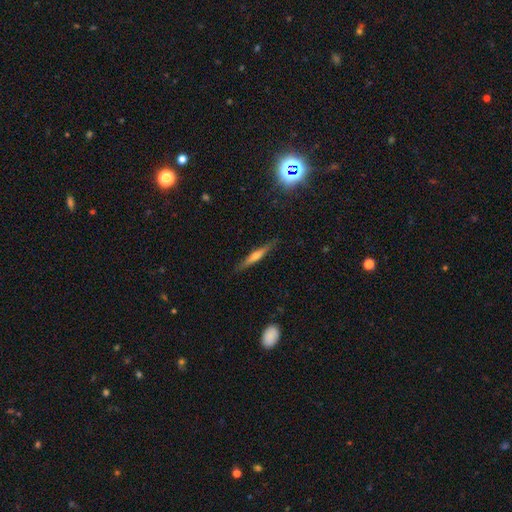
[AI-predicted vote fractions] smooth-or-featured: featured or disk: 56% | smooth: 37% | star or artifact: 7%
  disk-edge-on: yes: 95% | no: 5%
    edge-on-bulge: rounded: 80% | none: 15% | boxy: 5%
  merging: none: 88% | minor disturbance: 9% | major disturbance: 2% | merger: 1%